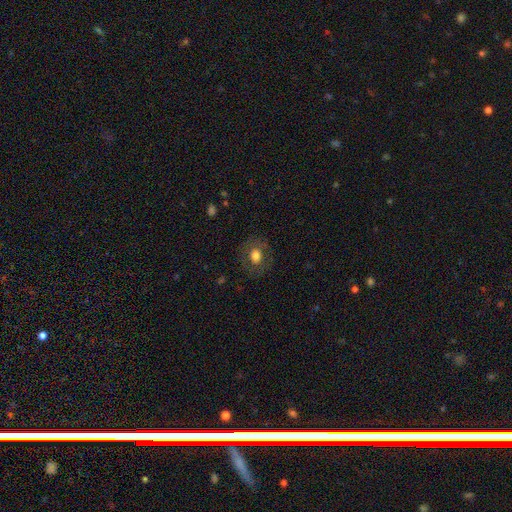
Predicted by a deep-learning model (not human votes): smooth-or-featured: smooth: 69% | featured or disk: 21% | star or artifact: 10%
  how-rounded: round: 61% | in between: 38% | cigar-shaped: 1%
  merging: none: 82% | minor disturbance: 11% | major disturbance: 6% | merger: 1%